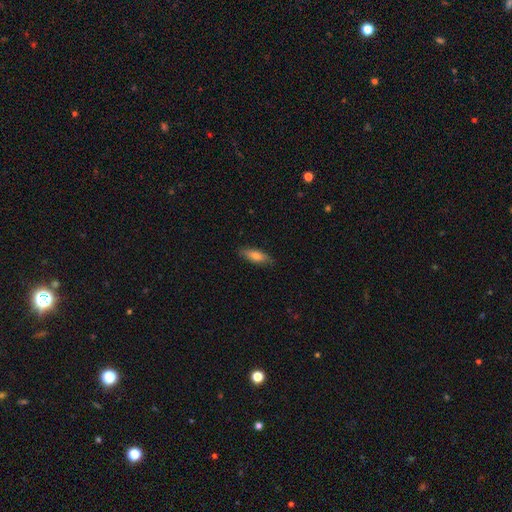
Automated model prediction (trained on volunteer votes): This is likely a smooth galaxy (70%). How rounded: possibly in between (59%). Merging: clearly none (81%).